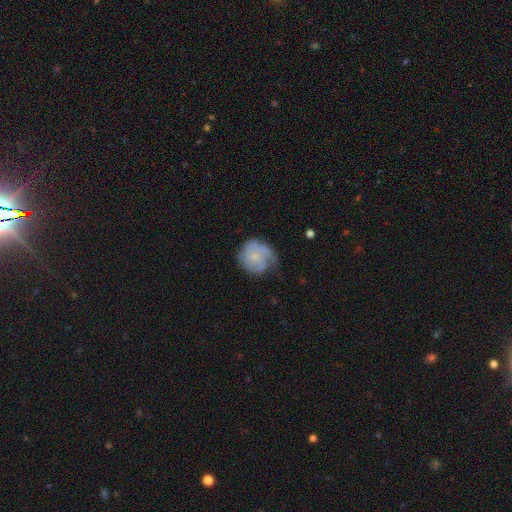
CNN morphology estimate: Overall: featured or disk (60%; smooth 33%). Edge-on disk: no (98%). Bar: no (80%). Spiral arms: yes (81%). Bulge size: small (61%; moderate 25%). Merging: none (53%; minor disturbance 29%).